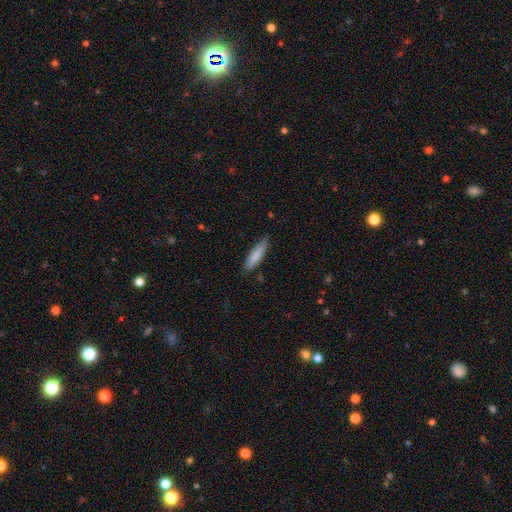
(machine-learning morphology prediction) A smooth galaxy with no disk features (84%) that is cigar-shaped (76%).

Vote fractions:
- Smooth or featured? smooth: 84% / featured or disk: 11% / star or artifact: 6%
- How rounded? cigar-shaped: 76% / in between: 23% / round: 1%
- Merging? none: 83% / minor disturbance: 14% / major disturbance: 2% / merger: 1%